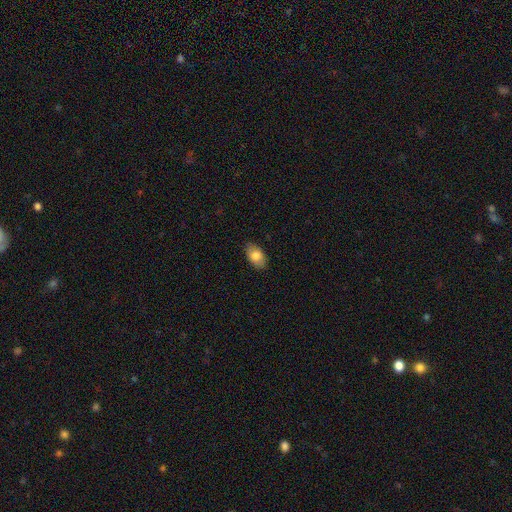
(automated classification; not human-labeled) smooth-or-featured: smooth: 80% | featured or disk: 13% | star or artifact: 7%
  how-rounded: in between: 92% | round: 6% | cigar-shaped: 2%
  merging: none: 85% | minor disturbance: 12% | major disturbance: 2% | merger: 1%